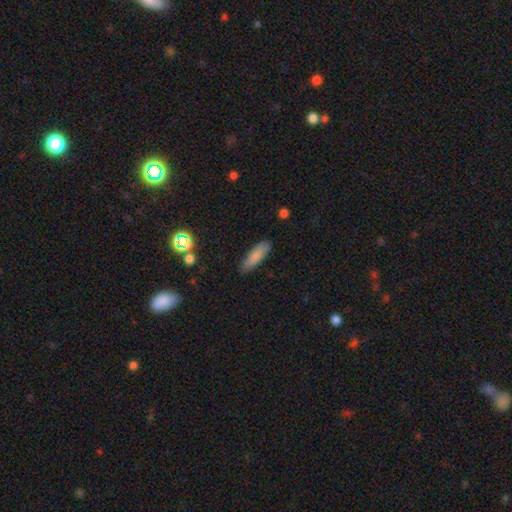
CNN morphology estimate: The model was most divided on "how rounded": cigar-shaped: 57%, in between: 41%, round: 2%. More confident: merging — none (86%); smooth or featured — smooth (83%).